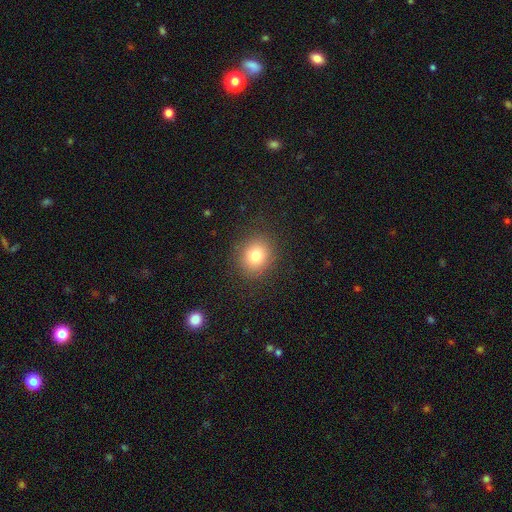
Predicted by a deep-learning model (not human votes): Smooth or featured?
  - smooth: 78% *
  - star or artifact: 12%
  - featured or disk: 10%
How rounded?
  - round: 74% *
  - in between: 25%
  - cigar-shaped: 1%
Merging?
  - none: 87% *
  - minor disturbance: 8%
  - major disturbance: 4%
  - merger: 1%